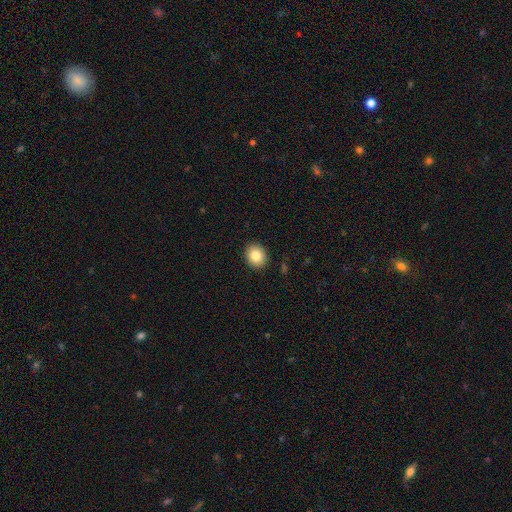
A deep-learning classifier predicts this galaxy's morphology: smooth 83%, star or artifact 9%, featured or disk 8%. Down the decision tree: how rounded — round (63%); merging — none (91%).